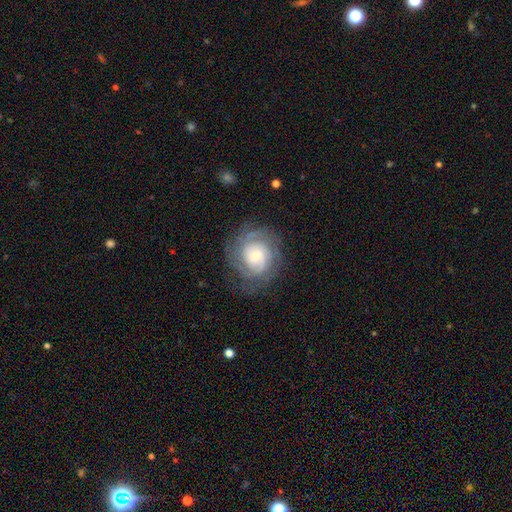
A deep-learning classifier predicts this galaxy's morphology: type=featured or disk (78%); edge-on=no (98%); bar=no (71%); spiral arms=yes (95%); winding=tight (65%); arm count=can't tell (29%); bulge=small (40%); merging=none (76%).